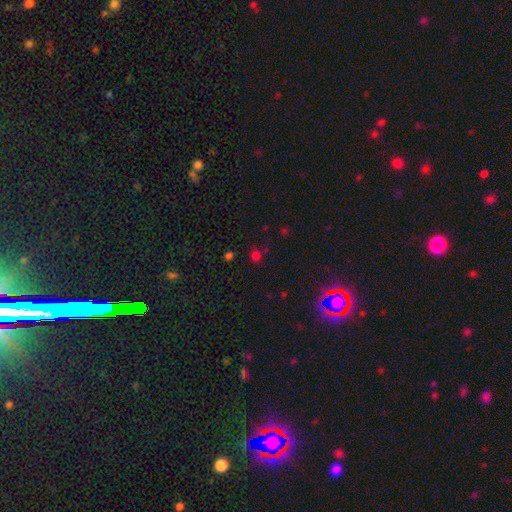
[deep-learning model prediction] A smooth galaxy with no disk features (55%) that is round (74%). Merging: none (70%).